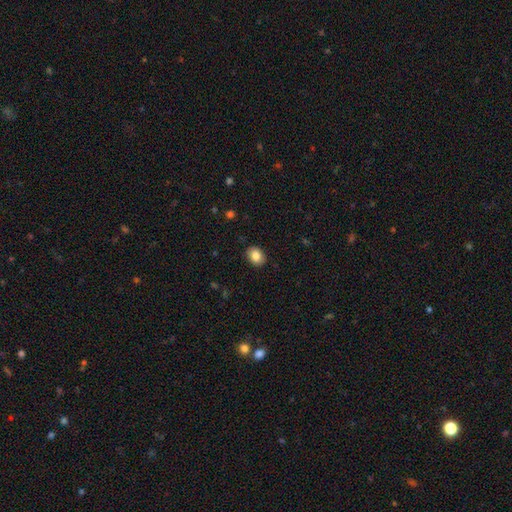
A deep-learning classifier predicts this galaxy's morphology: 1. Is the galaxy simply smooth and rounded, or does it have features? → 84% smooth, 8% star or artifact, 7% featured or disk.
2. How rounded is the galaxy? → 60% in between, 39% round, 1% cigar-shaped.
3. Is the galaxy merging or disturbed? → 89% none, 8% minor disturbance, 2% major disturbance, 1% merger.